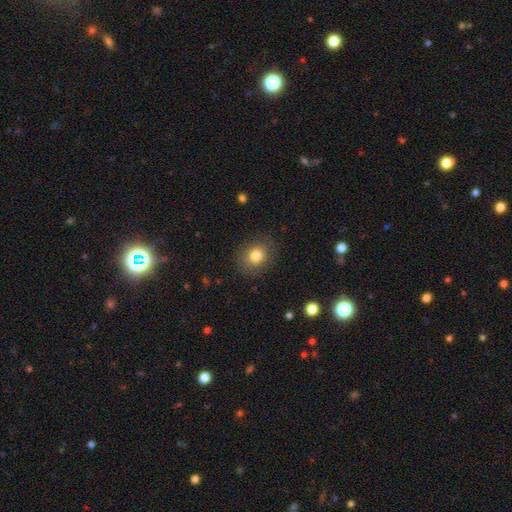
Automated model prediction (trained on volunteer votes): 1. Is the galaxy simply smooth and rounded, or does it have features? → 80% smooth, 10% star or artifact, 10% featured or disk.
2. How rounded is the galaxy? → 65% round, 34% in between, 1% cigar-shaped.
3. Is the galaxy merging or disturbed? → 85% none, 10% minor disturbance, 4% major disturbance, 1% merger.